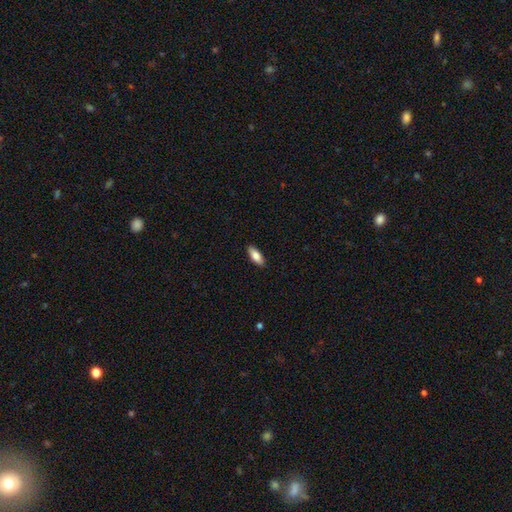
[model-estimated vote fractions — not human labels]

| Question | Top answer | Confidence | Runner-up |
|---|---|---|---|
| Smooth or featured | smooth | 82% | featured or disk (12%) |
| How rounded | in between | 76% | cigar-shaped (22%) |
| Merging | none | 90% | minor disturbance (7%) |